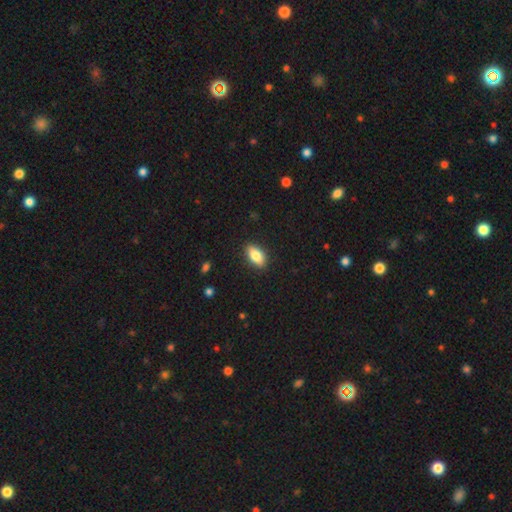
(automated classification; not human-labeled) This appears to be a smooth galaxy with no disk features (82%) that is in between round and cigar-shaped (90%). Merging: none (89%).